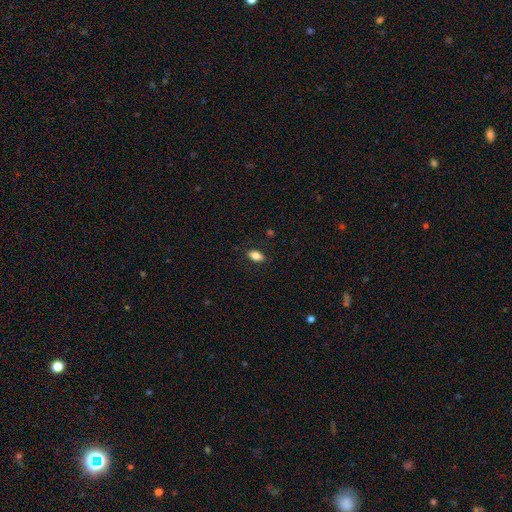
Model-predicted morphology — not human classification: A smooth galaxy with no disk features (82%) that is in between round and cigar-shaped (89%). Merging: none (87%).